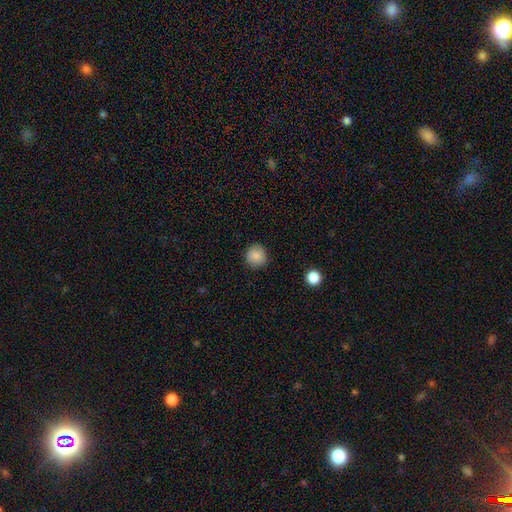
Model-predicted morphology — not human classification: smooth-or-featured: smooth: 86% | star or artifact: 9% | featured or disk: 5%
  how-rounded: round: 92% | in between: 7% | cigar-shaped: 1%
  merging: none: 89% | minor disturbance: 8% | major disturbance: 2% | merger: 1%